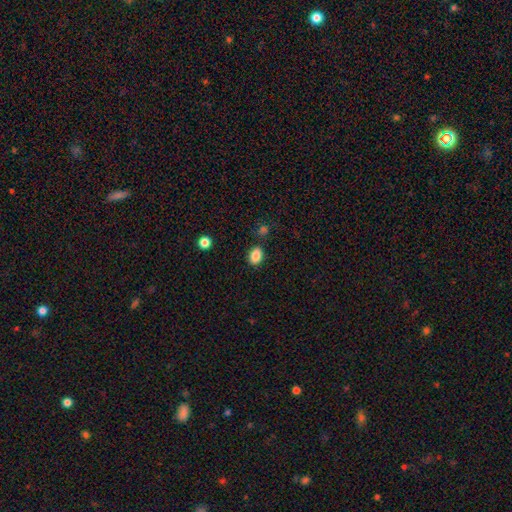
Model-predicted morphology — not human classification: smooth 87%, star or artifact 9%, featured or disk 4%. Down the decision tree: how rounded — in between (74%); merging — none (83%).